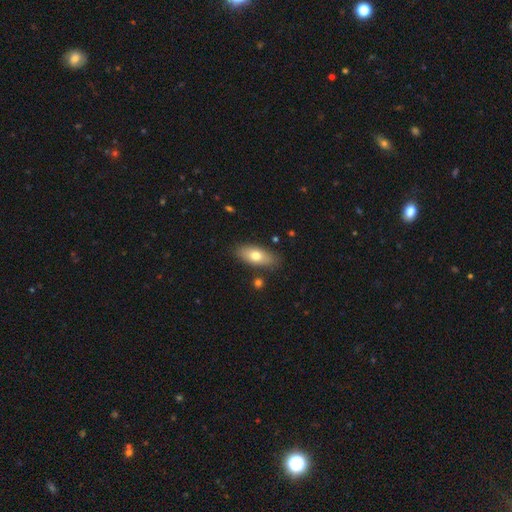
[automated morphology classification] A smooth galaxy with no disk features (71%) that is in between round and cigar-shaped (81%).

Vote fractions:
- Smooth or featured? smooth: 71% / featured or disk: 22% / star or artifact: 7%
- How rounded? in between: 81% / cigar-shaped: 15% / round: 4%
- Merging? none: 84% / minor disturbance: 11% / merger: 3% / major disturbance: 2%